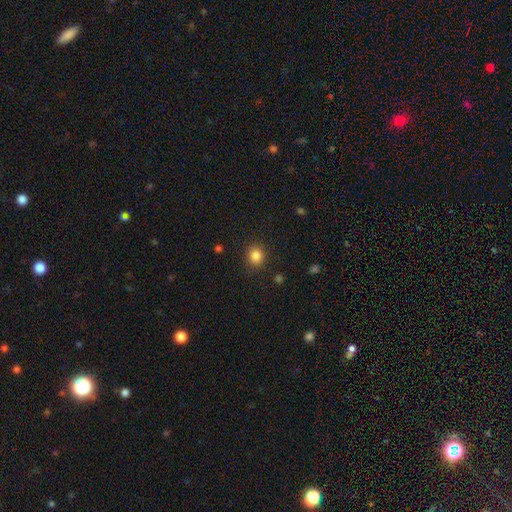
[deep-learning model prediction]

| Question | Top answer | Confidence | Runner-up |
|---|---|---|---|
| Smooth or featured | smooth | 84% | star or artifact (11%) |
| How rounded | round | 84% | in between (16%) |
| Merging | none | 89% | minor disturbance (7%) |